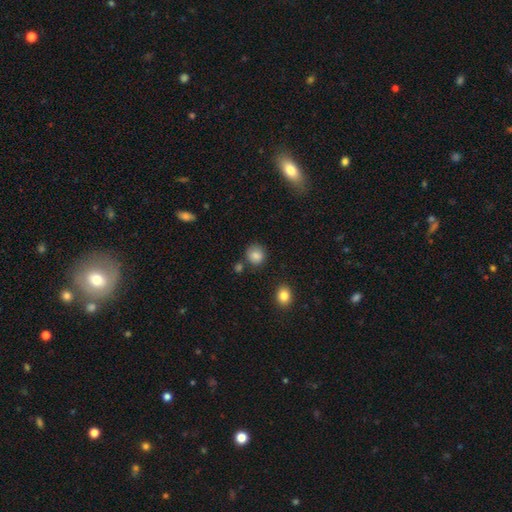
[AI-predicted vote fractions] Morphology: type=smooth (85%); roundness=round (86%); merging=none (81%).